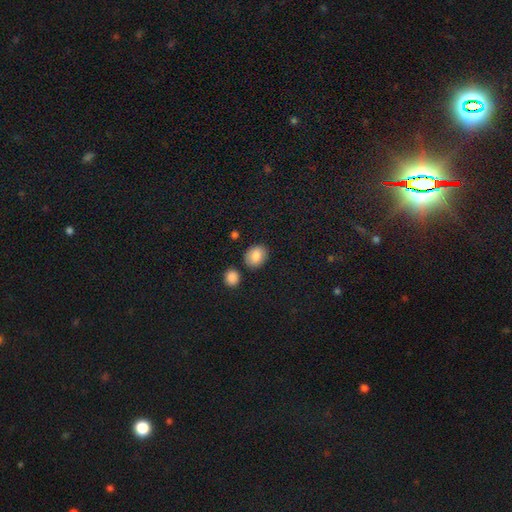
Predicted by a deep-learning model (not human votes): smooth_or_featured: smooth (p=0.87) [alt: star or artifact p=0.08]
how_rounded: in between (p=0.54) [alt: round p=0.45]
merging: none (p=0.80) [alt: minor disturbance p=0.11]